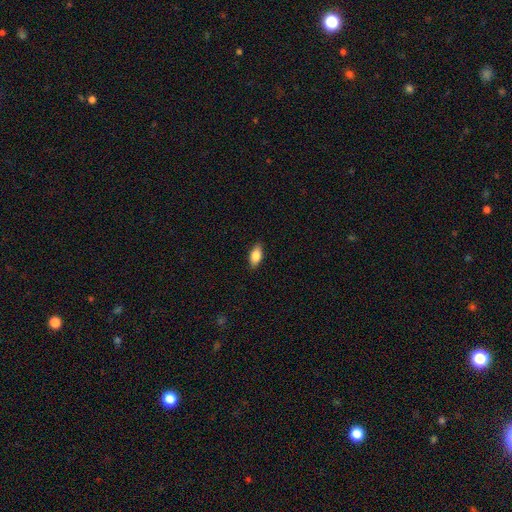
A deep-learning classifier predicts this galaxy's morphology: This appears to be a smooth galaxy with no disk features (84%) that is in between round and cigar-shaped (89%). Merging: none (88%).